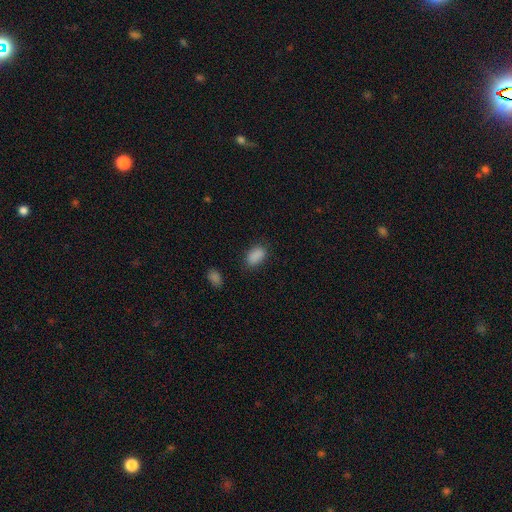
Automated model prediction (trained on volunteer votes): smooth_or_featured: smooth (p=0.87) [alt: star or artifact p=0.09]
how_rounded: in between (p=0.91) [alt: round p=0.07]
merging: none (p=0.80) [alt: minor disturbance p=0.14]